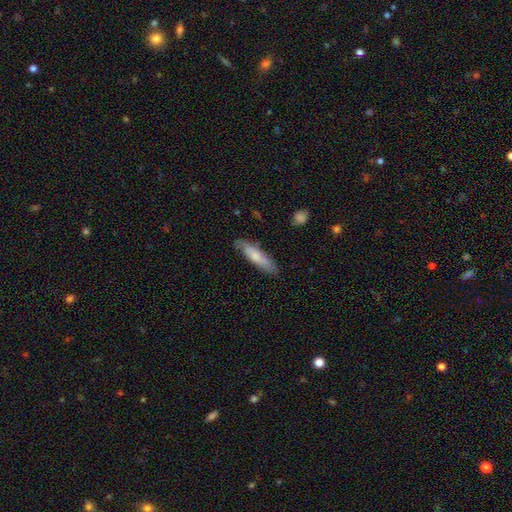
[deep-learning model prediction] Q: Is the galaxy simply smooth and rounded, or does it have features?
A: smooth — 68%.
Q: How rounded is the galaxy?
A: cigar-shaped — 76%.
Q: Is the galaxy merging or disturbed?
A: none — 80%.